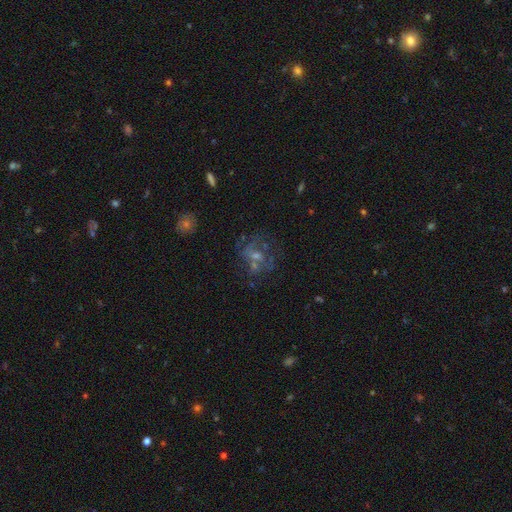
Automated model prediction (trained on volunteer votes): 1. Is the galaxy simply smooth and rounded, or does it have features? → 52% featured or disk, 27% star or artifact, 21% smooth.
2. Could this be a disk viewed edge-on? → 96% no, 4% yes.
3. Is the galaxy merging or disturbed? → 62% none, 16% major disturbance, 15% minor disturbance, 8% merger.